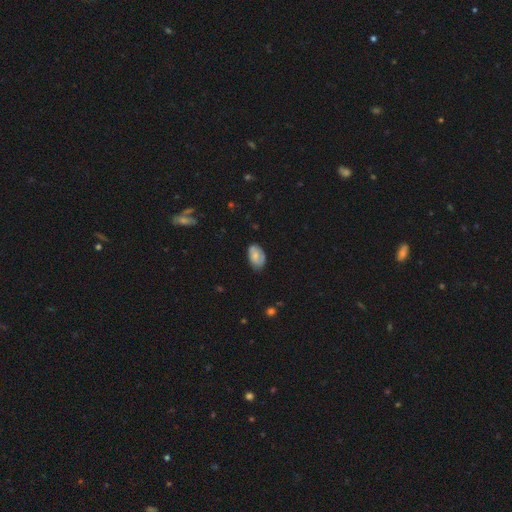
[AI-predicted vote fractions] The model was most divided on "smooth or featured": smooth: 64%, featured or disk: 28%, star or artifact: 8%. More confident: how rounded — in between (91%); merging — none (70%).